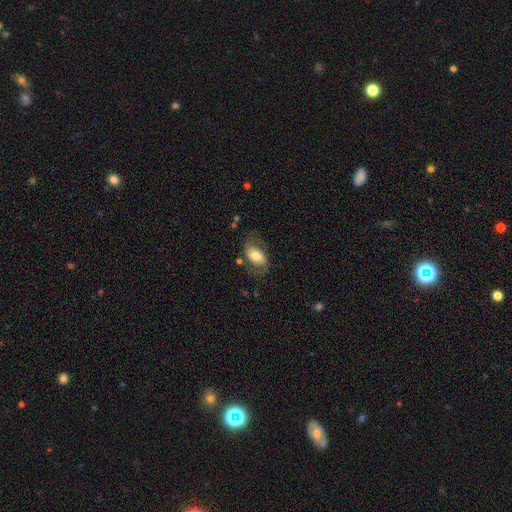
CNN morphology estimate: This appears to be a smooth galaxy with no disk features (49%). Merging: none (61%).